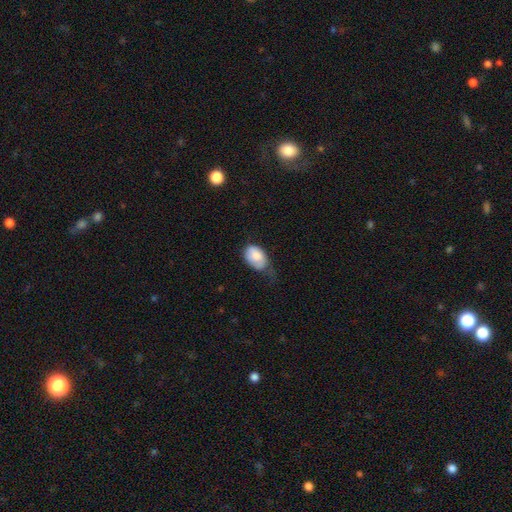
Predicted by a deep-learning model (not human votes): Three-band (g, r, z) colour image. It shows a smooth galaxy with no disk features (80%) that is in between round and cigar-shaped (85%). Merging: minor disturbance (46%).